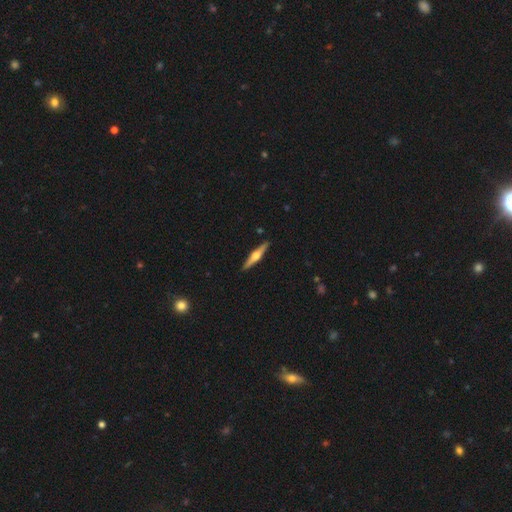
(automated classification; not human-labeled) Smooth or featured? featured or disk (74%)
Edge-on disk? yes (98%)
Edge-on bulge? rounded (94%)
Merging? none (92%)